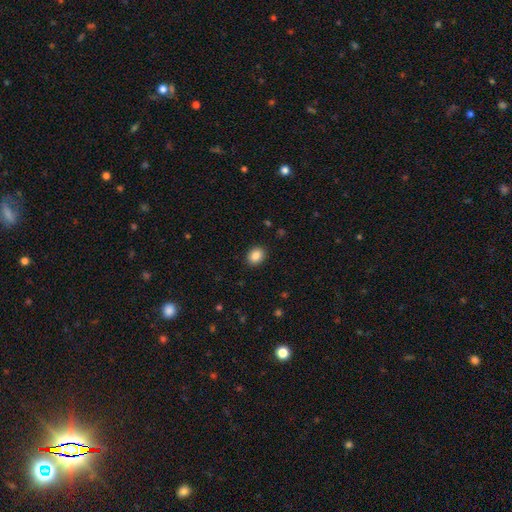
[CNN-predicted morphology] smooth-or-featured: smooth: 87% | star or artifact: 9% | featured or disk: 4%
  how-rounded: round: 52% | in between: 47% | cigar-shaped: 1%
  merging: none: 90% | minor disturbance: 7% | major disturbance: 2% | merger: 1%